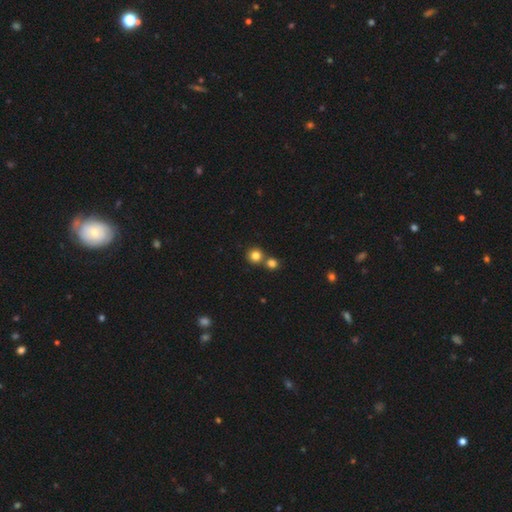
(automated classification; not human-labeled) Smooth or featured? Predicted: smooth (p=0.82). How rounded? Predicted: round (p=0.91). Merging? Predicted: none (p=0.65).